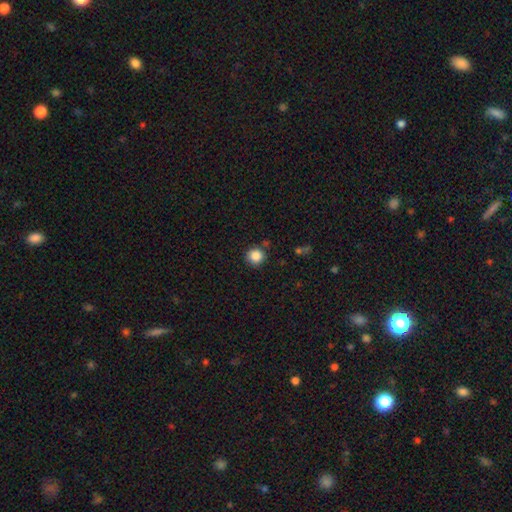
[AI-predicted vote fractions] Smooth or featured: smooth — 86% (star or artifact — 10%)
How rounded: round — 93% (in between — 6%)
Merging: none — 85% (minor disturbance — 8%)